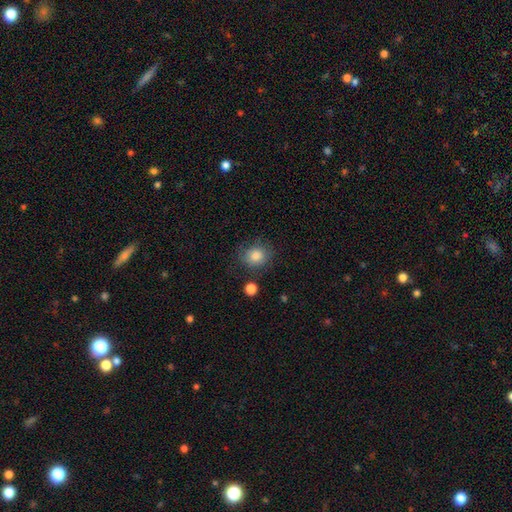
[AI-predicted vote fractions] Smooth or featured? smooth (82%)
How rounded? round (78%)
Merging? none (76%)